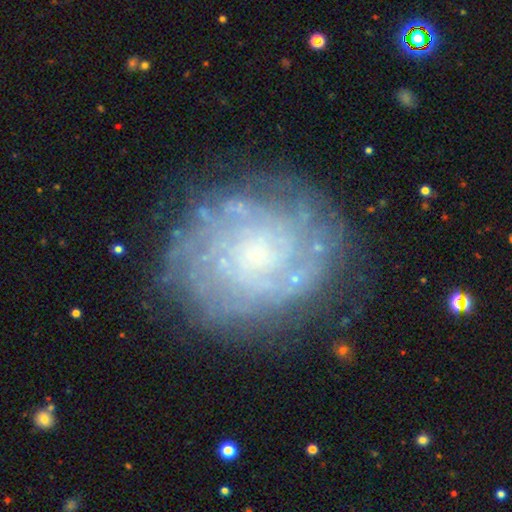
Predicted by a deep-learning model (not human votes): smooth-or-featured: featured or disk: 77% | smooth: 15% | star or artifact: 8%
  disk-edge-on: no: 98% | yes: 2%
    bar: no: 77% | weak: 19% | strong: 4%
    has-spiral-arms: yes: 88% | no: 12%
      spiral-winding: tight: 72% | medium: 21% | loose: 7%
      spiral-arm-count: can't tell: 50% | 4: 11% | 2: 11% | 3: 11% | more than 4: 10% | 1: 6%
    bulge-size: small: 60% | moderate: 18% | none: 17% | large: 3% | dominant: 1%
  merging: none: 76% | minor disturbance: 15% | major disturbance: 7% | merger: 2%